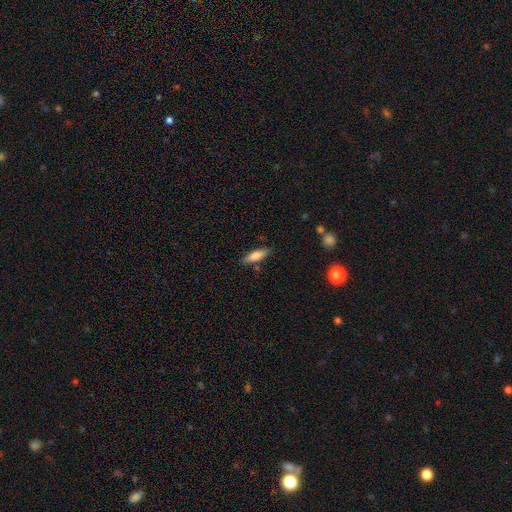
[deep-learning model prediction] A smooth galaxy with no disk features (76%) that is cigar-shaped (55%).

Vote fractions:
- Smooth or featured? smooth: 76% / featured or disk: 18% / star or artifact: 6%
- How rounded? cigar-shaped: 55% / in between: 43% / round: 2%
- Merging? none: 82% / minor disturbance: 12% / merger: 3% / major disturbance: 3%